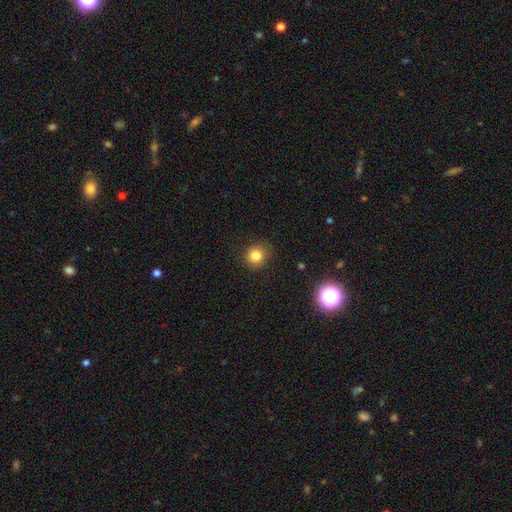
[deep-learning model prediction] smooth_or_featured: smooth (p=0.82) [alt: star or artifact p=0.13]
how_rounded: round (p=0.87) [alt: in between p=0.12]
merging: none (p=0.85) [alt: minor disturbance p=0.11]